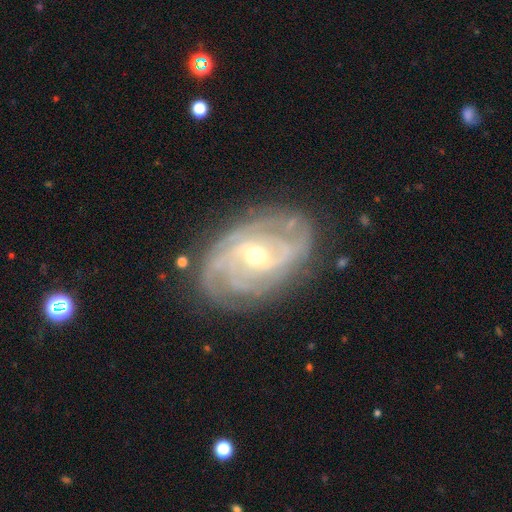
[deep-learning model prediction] Morphology: type=featured or disk (88%); edge-on=no (96%); bar=weak (44%); spiral arms=yes (96%); winding=tight (68%); arm count=can't tell (27%); bulge=moderate (52%); merging=none (77%).